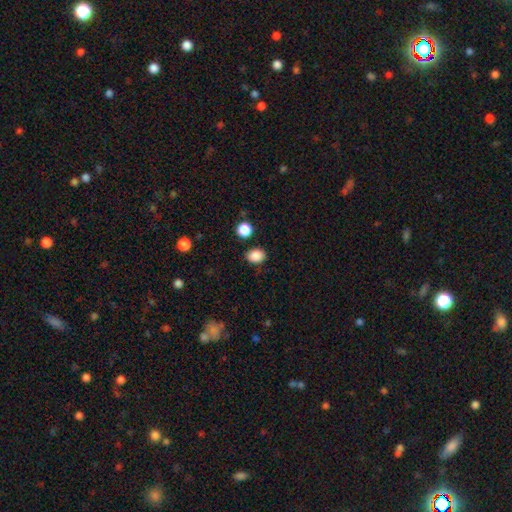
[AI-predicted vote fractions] A smooth galaxy with no disk features (87%) that is in between round and cigar-shaped (56%). Merging: none (84%).